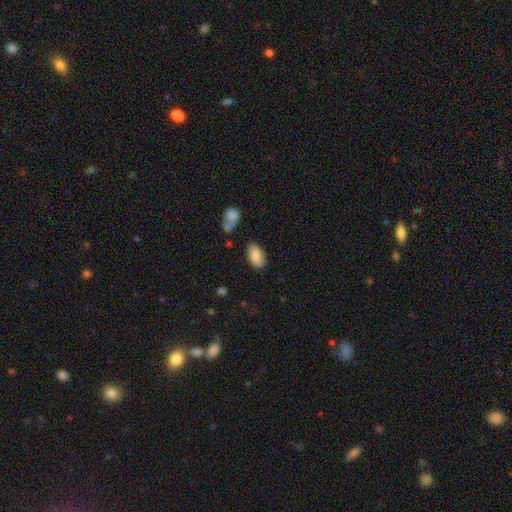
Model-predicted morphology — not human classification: smooth-or-featured: smooth: 86% | featured or disk: 7% | star or artifact: 7%
  how-rounded: in between: 94% | round: 4% | cigar-shaped: 2%
  merging: none: 80% | minor disturbance: 13% | major disturbance: 3% | merger: 3%